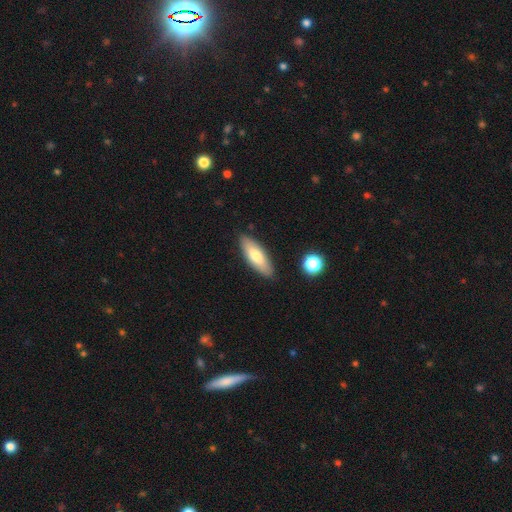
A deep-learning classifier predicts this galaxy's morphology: A smooth galaxy with no disk features (72%) that is in between round and cigar-shaped (62%).

Vote fractions:
- Smooth or featured? smooth: 72% / featured or disk: 22% / star or artifact: 6%
- How rounded? in between: 62% / cigar-shaped: 36% / round: 2%
- Merging? none: 86% / minor disturbance: 10% / major disturbance: 2% / merger: 2%